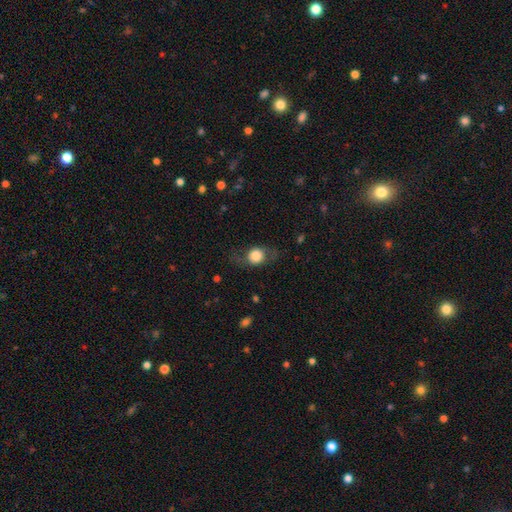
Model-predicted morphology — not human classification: Smooth or featured?
  - smooth: 64% *
  - featured or disk: 28%
  - star or artifact: 8%
How rounded?
  - round: 71% *
  - in between: 27%
  - cigar-shaped: 2%
Merging?
  - none: 67% *
  - minor disturbance: 18%
  - major disturbance: 13%
  - merger: 1%